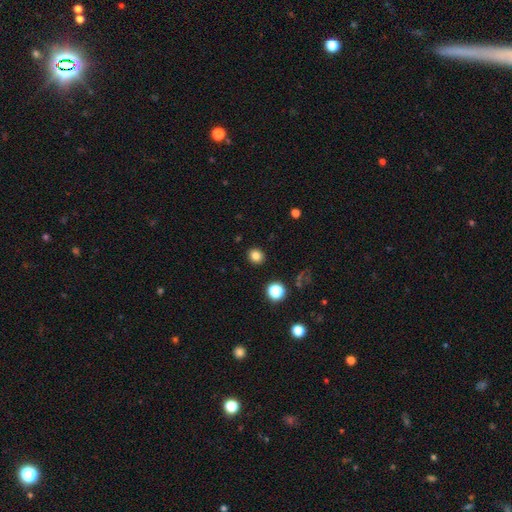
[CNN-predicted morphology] Smooth or featured: smooth — 82% (star or artifact — 13%)
How rounded: round — 79% (in between — 20%)
Merging: none — 91% (minor disturbance — 6%)